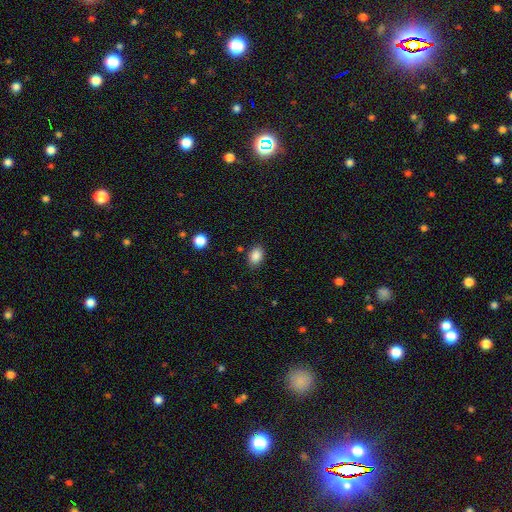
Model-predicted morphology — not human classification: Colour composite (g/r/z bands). It shows a smooth galaxy with no disk features (87%) that is in between round and cigar-shaped (79%). Merging: none (84%).